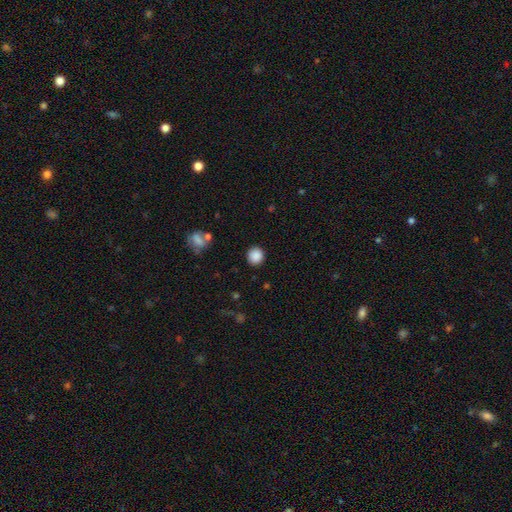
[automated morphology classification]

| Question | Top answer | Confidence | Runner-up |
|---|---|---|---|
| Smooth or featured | smooth | 88% | star or artifact (9%) |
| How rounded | round | 91% | in between (8%) |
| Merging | none | 89% | minor disturbance (7%) |